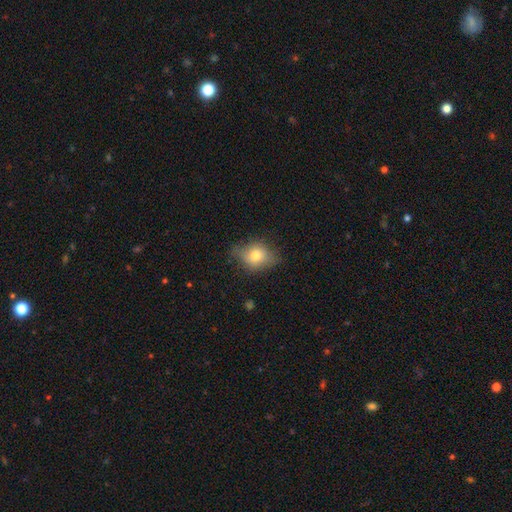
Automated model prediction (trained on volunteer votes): Smooth or featured: smooth — 71% (featured or disk — 19%)
How rounded: in between — 55% (round — 43%)
Merging: none — 65% (minor disturbance — 27%)